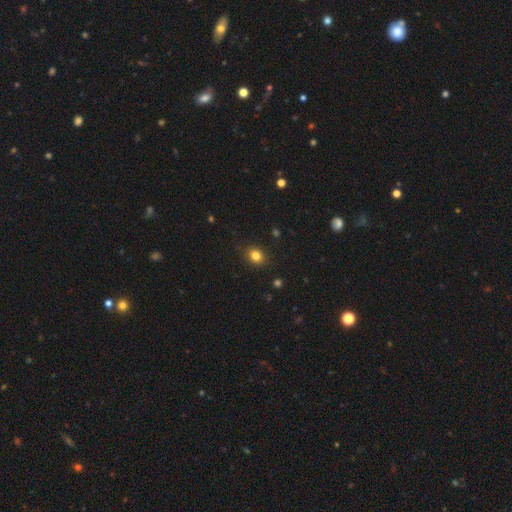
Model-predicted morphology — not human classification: Smooth or featured?
  - smooth: 82% *
  - star or artifact: 12%
  - featured or disk: 5%
How rounded?
  - round: 62% *
  - in between: 37%
  - cigar-shaped: 1%
Merging?
  - none: 88% *
  - minor disturbance: 8%
  - major disturbance: 2%
  - merger: 1%